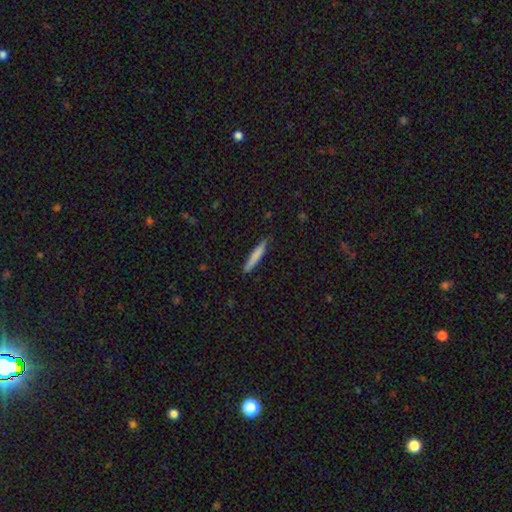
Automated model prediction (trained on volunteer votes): Smooth or featured: smooth — 78% (featured or disk — 16%)
How rounded: cigar-shaped — 94% (in between — 5%)
Merging: none — 87% (minor disturbance — 10%)